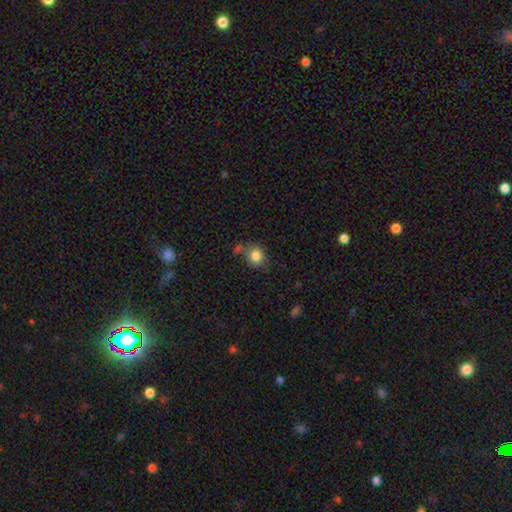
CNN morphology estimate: type=smooth (83%); roundness=round (76%); merging=none (62%).